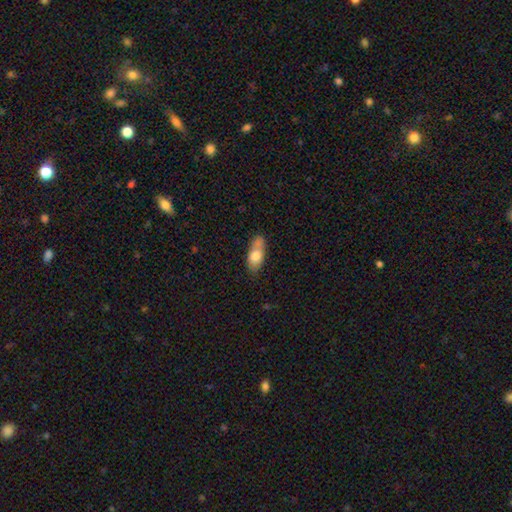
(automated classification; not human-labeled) Smooth or featured: smooth — 73% (featured or disk — 20%)
How rounded: in between — 78% (cigar-shaped — 18%)
Merging: none — 56% (minor disturbance — 26%)